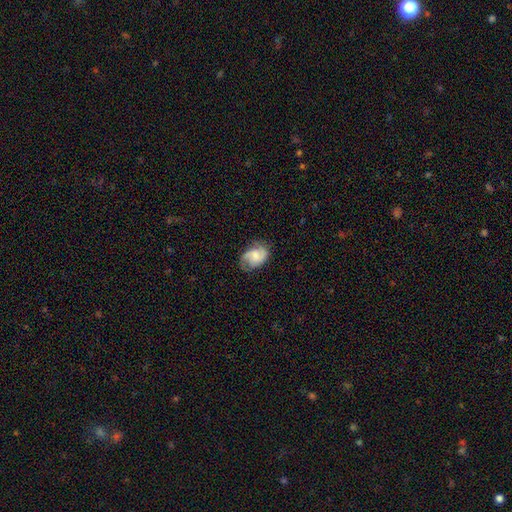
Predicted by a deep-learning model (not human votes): Smooth or featured: featured or disk — 59% (smooth — 34%)
Edge-on disk: no — 97% (yes — 3%)
Bar: no — 50% (weak — 41%)
Spiral arms: yes — 90% (no — 10%)
Spiral winding: medium — 47% (loose — 29%)
Spiral arm count: 2 — 78% (can't tell — 10%)
Bulge size: moderate — 42% (small — 38%)
Merging: none — 67% (minor disturbance — 23%)